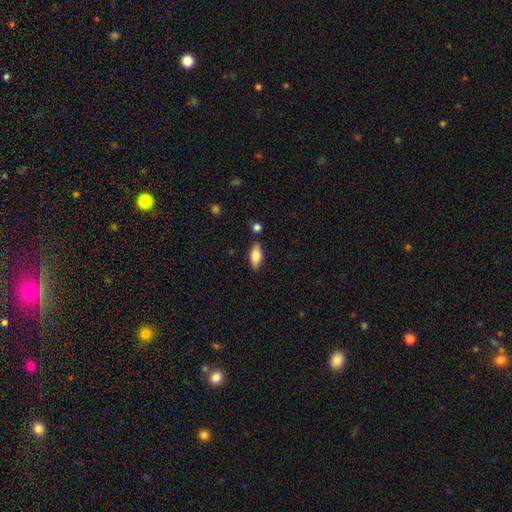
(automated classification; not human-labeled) This appears to be a smooth galaxy with no disk features (75%) that is in between round and cigar-shaped (81%). Merging: none (82%).